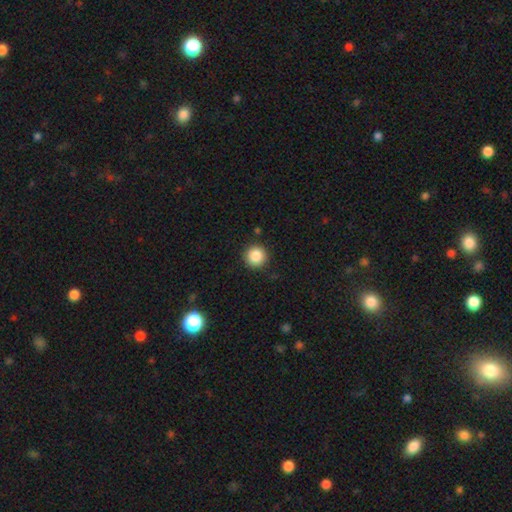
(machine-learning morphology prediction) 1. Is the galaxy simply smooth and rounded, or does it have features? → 86% smooth, 10% star or artifact, 4% featured or disk.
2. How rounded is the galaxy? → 96% round, 4% in between, 1% cigar-shaped.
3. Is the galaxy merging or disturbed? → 91% none, 6% minor disturbance, 2% major disturbance, 1% merger.